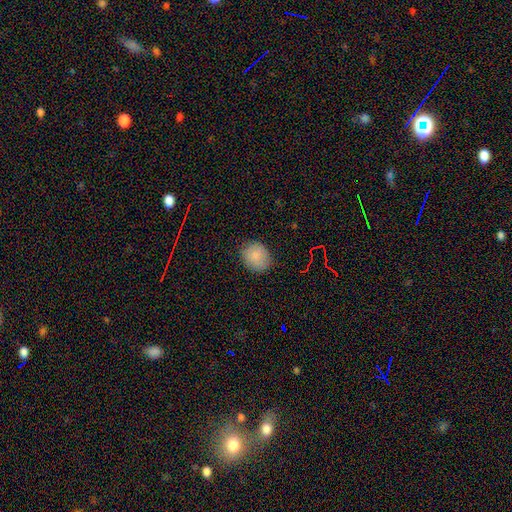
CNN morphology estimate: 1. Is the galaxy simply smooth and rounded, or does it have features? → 85% smooth, 9% star or artifact, 6% featured or disk.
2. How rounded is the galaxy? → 68% round, 31% in between, 1% cigar-shaped.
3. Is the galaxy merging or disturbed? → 82% none, 14% minor disturbance, 3% major disturbance, 1% merger.